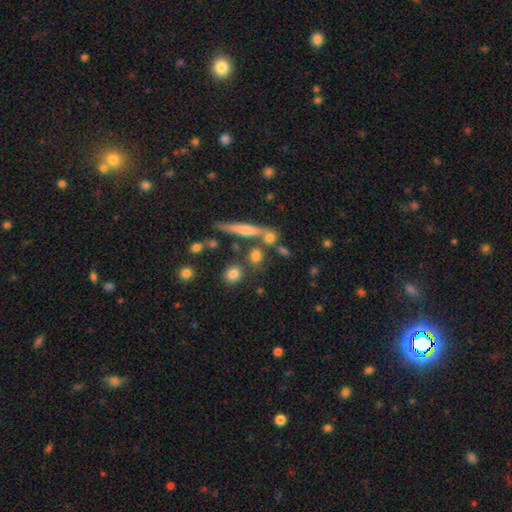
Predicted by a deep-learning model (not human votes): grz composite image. It shows a smooth galaxy with no disk features (69%) that is round (52%). Merging: none (60%).